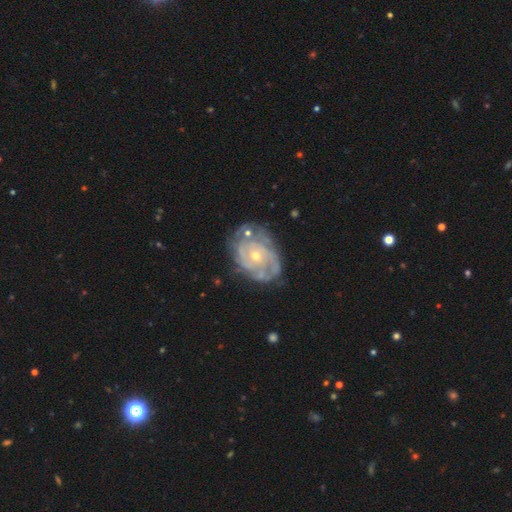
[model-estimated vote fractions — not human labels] The model was most divided on "spiral arm count": can't tell: 36%, 2: 25%, 3: 18%, 4: 10%, more than 4: 5%, 1: 5%. More confident: edge-on disk — no (97%); spiral arms — yes (92%); smooth or featured — featured or disk (86%); bar — no (77%); spiral winding — tight (68%); merging — none (66%); bulge size — small (60%).